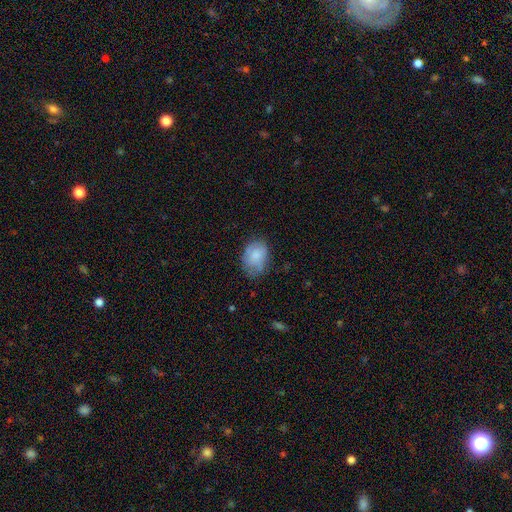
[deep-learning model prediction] Morphology: type=smooth (78%); roundness=in between (72%); merging=none (60%).